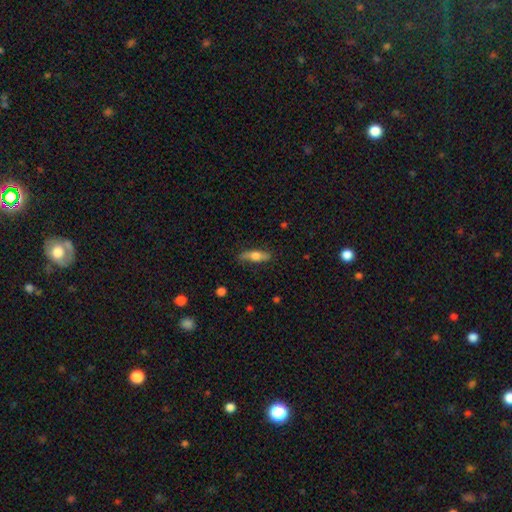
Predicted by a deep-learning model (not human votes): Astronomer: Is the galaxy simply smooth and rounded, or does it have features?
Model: smooth — 58% (runner-up: featured or disk, 36%).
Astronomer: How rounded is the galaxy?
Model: cigar-shaped — 54% (runner-up: in between, 43%).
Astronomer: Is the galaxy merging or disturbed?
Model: none — 80%.